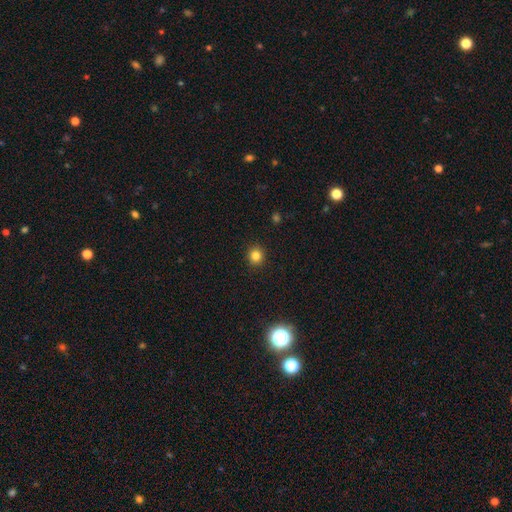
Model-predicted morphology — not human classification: smooth_or_featured: smooth (p=0.83) [alt: star or artifact p=0.12]
how_rounded: round (p=0.89) [alt: in between p=0.10]
merging: none (p=0.92) [alt: minor disturbance p=0.06]